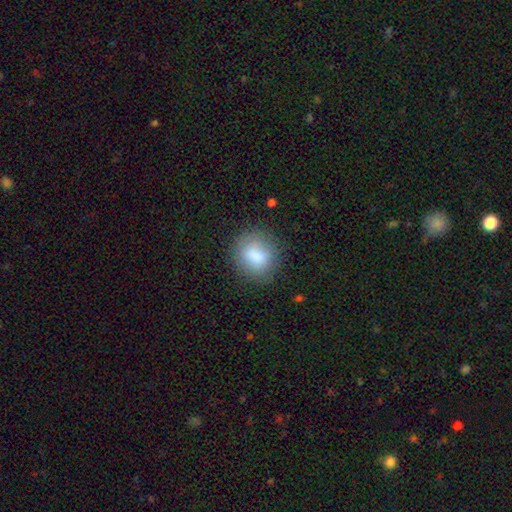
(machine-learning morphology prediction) smooth 83%, featured or disk 9%, star or artifact 8%. Down the decision tree: how rounded — round (77%); merging — none (78%).